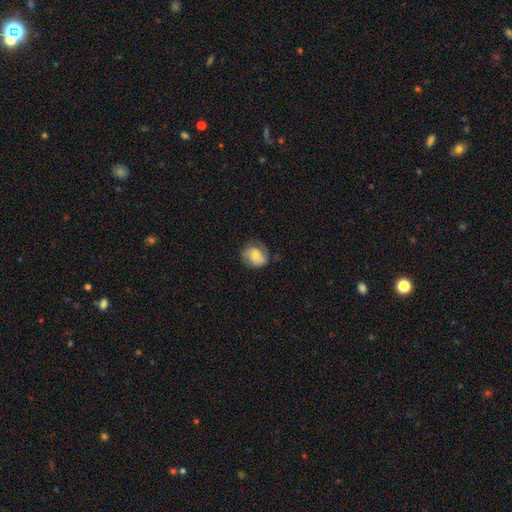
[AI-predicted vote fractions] Overall: smooth (54%; featured or disk 38%). How rounded: round (59%; in between 40%). Merging: none (66%).